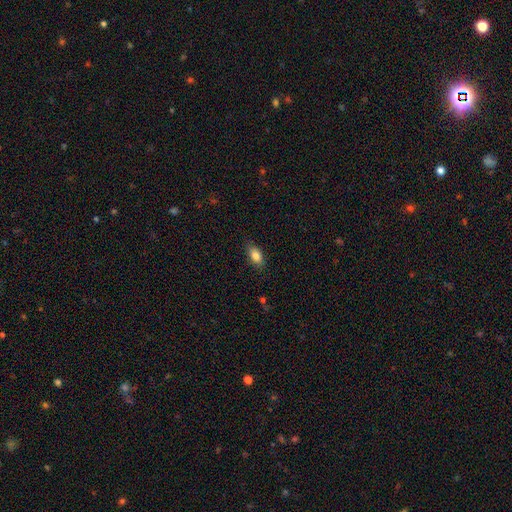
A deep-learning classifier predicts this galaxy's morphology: type=smooth (84%); roundness=in between (89%); merging=none (83%).